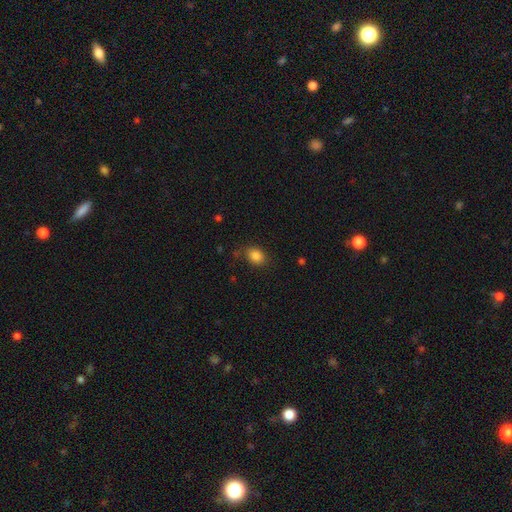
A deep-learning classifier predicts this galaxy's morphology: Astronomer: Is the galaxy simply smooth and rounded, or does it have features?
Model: smooth — 84%.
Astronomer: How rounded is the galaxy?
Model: in between — 63%.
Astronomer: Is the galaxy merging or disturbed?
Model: none — 80%.